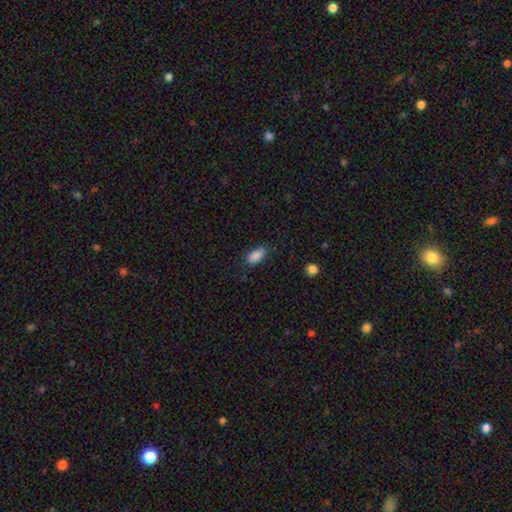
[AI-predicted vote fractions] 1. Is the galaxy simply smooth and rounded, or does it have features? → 87% smooth, 8% star or artifact, 5% featured or disk.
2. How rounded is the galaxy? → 88% in between, 8% cigar-shaped, 3% round.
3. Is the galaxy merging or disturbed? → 75% none, 19% minor disturbance, 5% major disturbance, 1% merger.